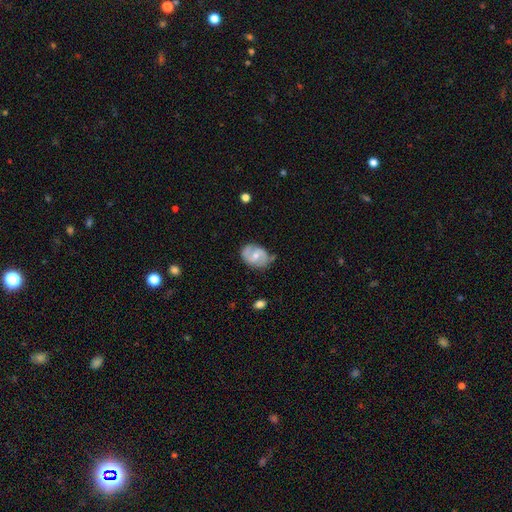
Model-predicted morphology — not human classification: This is likely a featured or disk galaxy (65%). It is clearly not viewed edge-on (97%). Bar: possibly weak (47%). Spiral arm pattern: clearly yes (81%). Spiral arm count: clearly 2 (82%). Spiral winding: possibly medium (47%). Central bulge: possibly moderate (56%). Merging: likely none (65%).